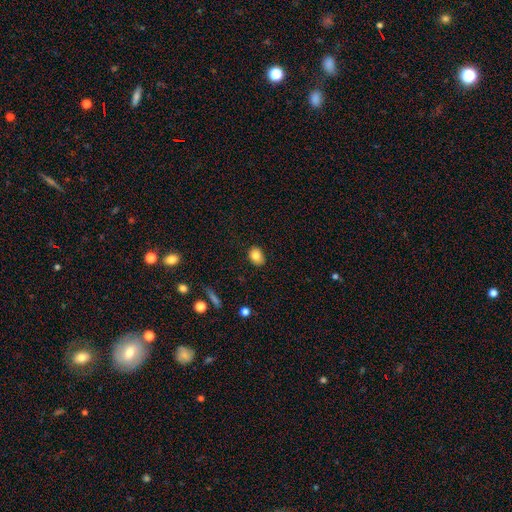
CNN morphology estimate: smooth_or_featured: smooth (p=0.83) [alt: star or artifact p=0.09]
how_rounded: in between (p=0.68) [alt: round p=0.31]
merging: none (p=0.85) [alt: minor disturbance p=0.11]